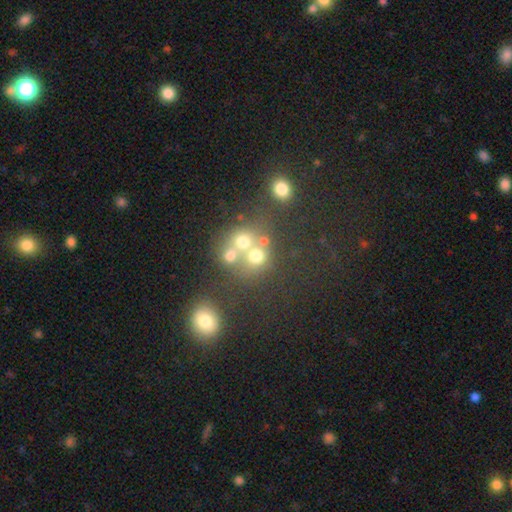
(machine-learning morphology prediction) The model was most divided on "merging": none: 48%, merger: 37%, minor disturbance: 9%, major disturbance: 6%. More confident: how rounded — round (81%); smooth or featured — smooth (61%).